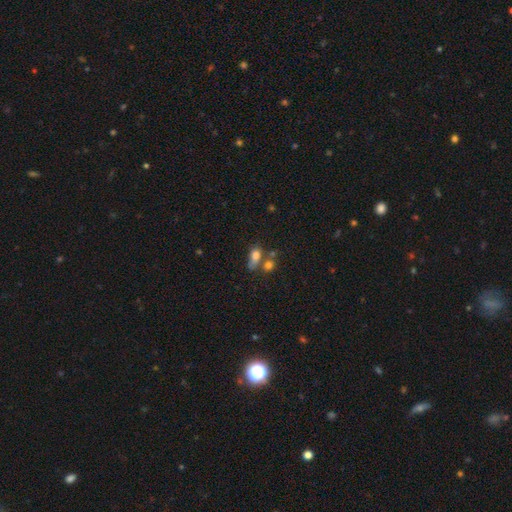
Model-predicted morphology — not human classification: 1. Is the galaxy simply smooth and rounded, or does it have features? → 75% smooth, 13% featured or disk, 11% star or artifact.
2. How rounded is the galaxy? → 77% in between, 16% round, 7% cigar-shaped.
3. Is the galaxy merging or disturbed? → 36% merger (tied), 36% none (tied), 17% minor disturbance, 11% major disturbance.